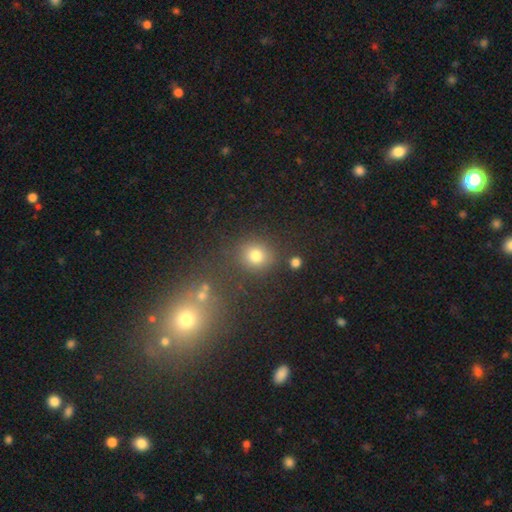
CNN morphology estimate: A smooth galaxy with no disk features (75%) that is round (84%). Merging: none (80%).